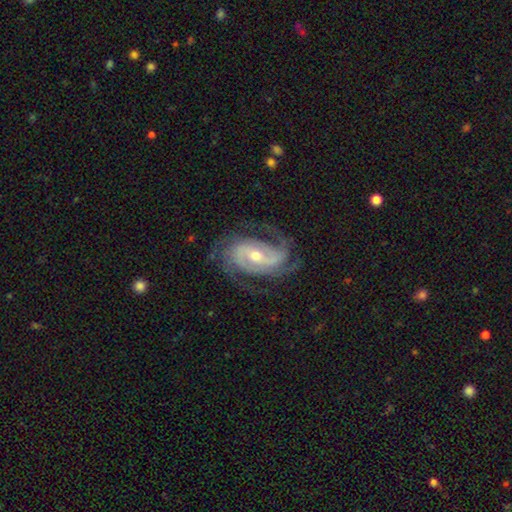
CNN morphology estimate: The model was most divided on "spiral winding": tight: 45%, medium: 43%, loose: 12%. Remaining: spiral arms — yes (98%); edge-on disk — no (97%); smooth or featured — featured or disk (91%); merging — none (73%); bulge size — moderate (54%); bar — weak (40%); spiral arm count — 2 (40%).